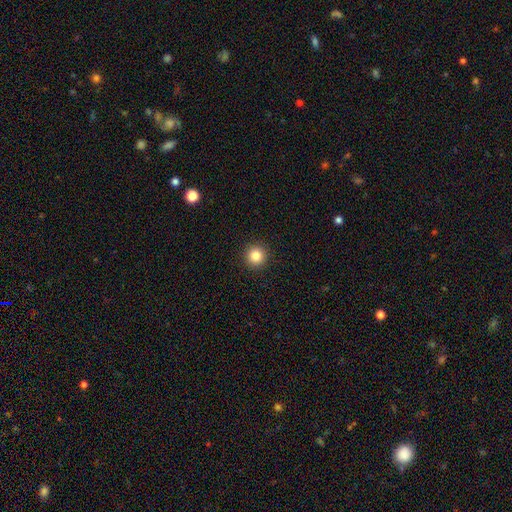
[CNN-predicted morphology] This appears to be a smooth galaxy with no disk features (84%) that is round (95%). Merging: none (93%).